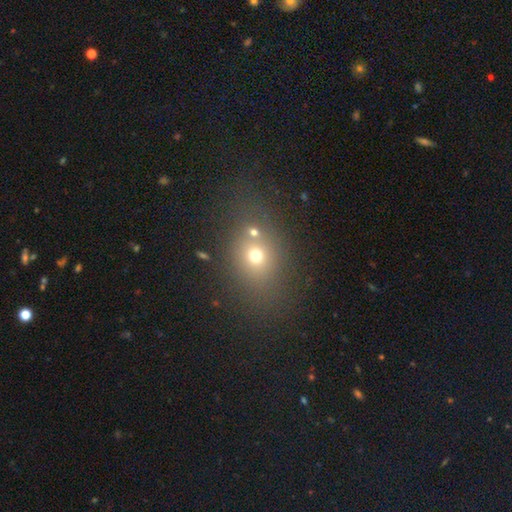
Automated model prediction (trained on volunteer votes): Smooth or featured?
  - smooth: 65% *
  - star or artifact: 21%
  - featured or disk: 14%
How rounded?
  - round: 55% *
  - in between: 43%
  - cigar-shaped: 2%
Merging?
  - none: 63% *
  - merger: 17%
  - minor disturbance: 13%
  - major disturbance: 8%